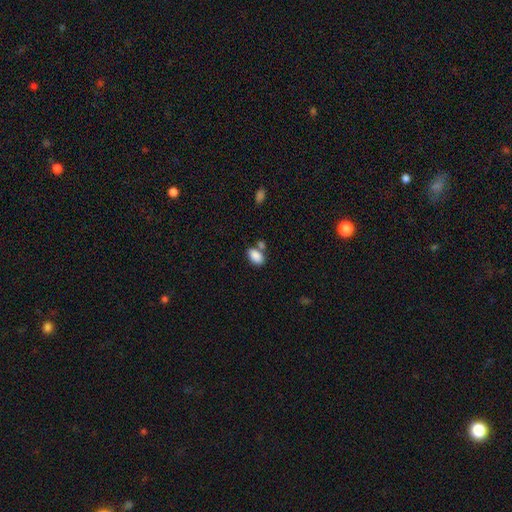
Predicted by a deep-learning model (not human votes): The model was most divided on "merging": none: 60%, merger: 23%, minor disturbance: 13%, major disturbance: 4%. More confident: how rounded — in between (91%); smooth or featured — smooth (87%).